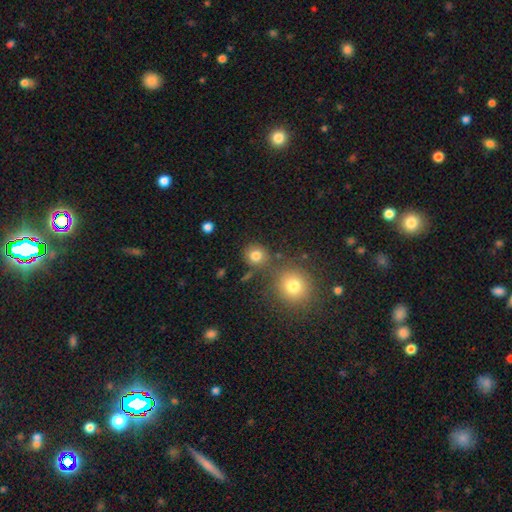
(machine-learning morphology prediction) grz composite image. It shows a smooth galaxy with no disk features (79%) that is round (86%). Merging: none (74%).